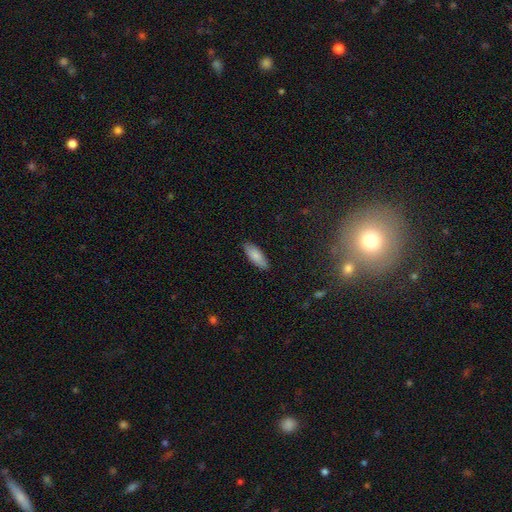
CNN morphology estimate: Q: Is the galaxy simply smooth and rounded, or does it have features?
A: smooth — 84%.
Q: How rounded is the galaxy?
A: in between — 70%.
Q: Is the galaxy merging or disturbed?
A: none — 88%.